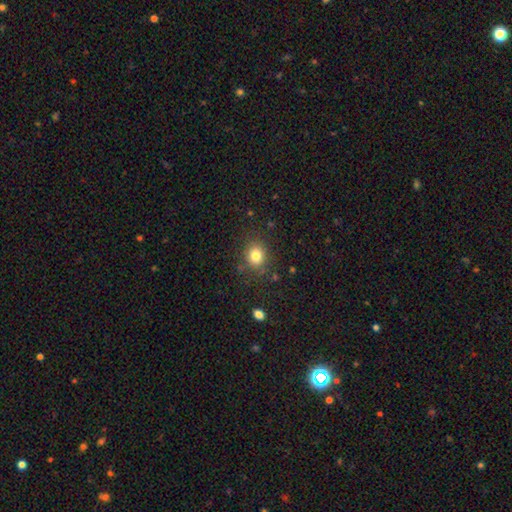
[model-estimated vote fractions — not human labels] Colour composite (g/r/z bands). It shows a smooth galaxy with no disk features (81%) that is round (73%). Merging: none (82%).